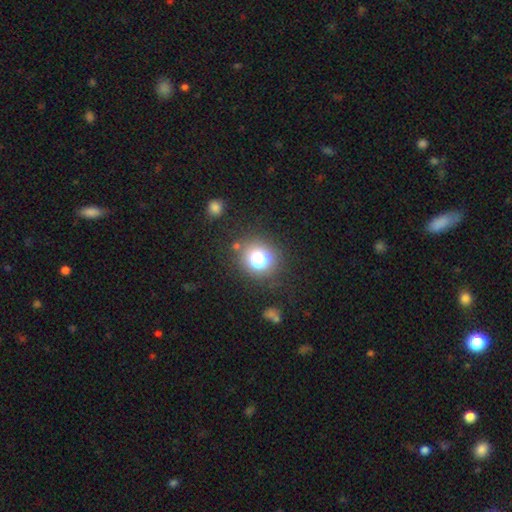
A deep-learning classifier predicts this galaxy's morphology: Smooth or featured: smooth — 58% (star or artifact — 32%)
How rounded: round — 86% (in between — 13%)
Merging: none — 76% (minor disturbance — 11%)